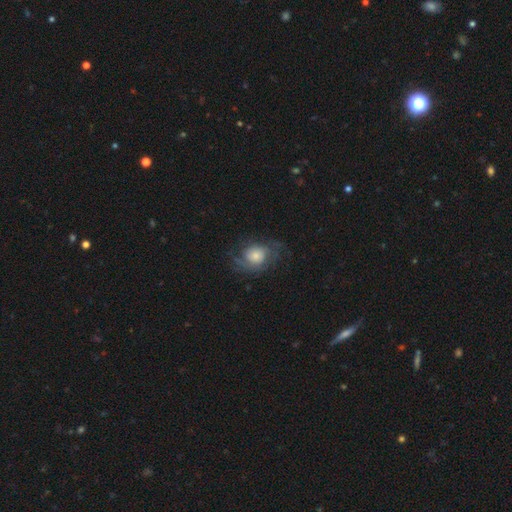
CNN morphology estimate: Q: Smooth or featured?
A: featured or disk (55%); runner-up: smooth (36%)
Q: Edge-on disk?
A: no (96%); runner-up: yes (4%)
Q: Bar?
A: no (79%); runner-up: weak (18%)
Q: Spiral arms?
A: yes (82%); runner-up: no (18%)
Q: Bulge size?
A: moderate (35%); runner-up: large (31%)
Q: Merging?
A: none (59%); runner-up: minor disturbance (21%)